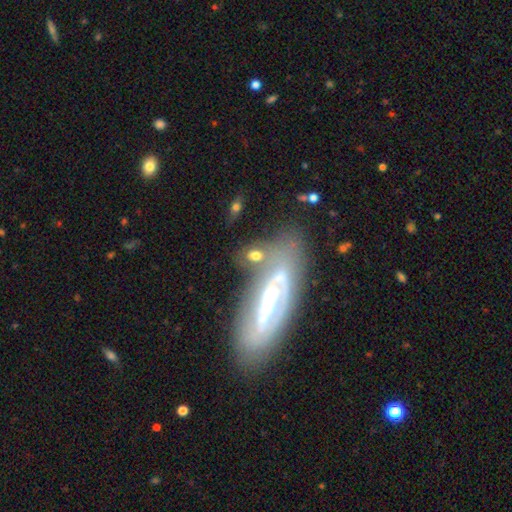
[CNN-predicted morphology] The model was most divided on "smooth or featured": smooth: 51%, featured or disk: 39%, star or artifact: 10%. More confident: how rounded — in between (74%); merging — none (50%).